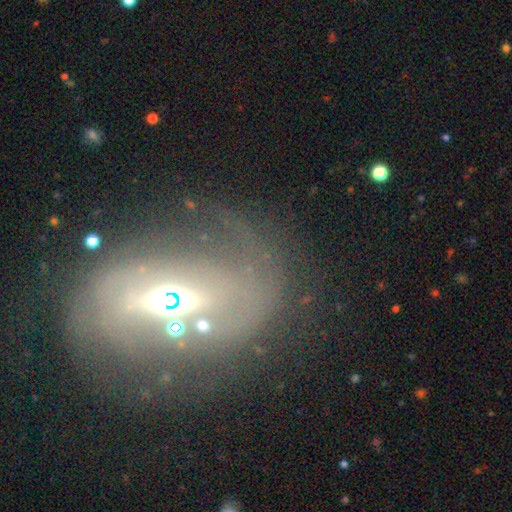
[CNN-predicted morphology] Smooth or featured?
  - featured or disk: 68% *
  - smooth: 18%
  - star or artifact: 14%
Edge-on disk?
  - no: 92% *
  - yes: 8%
Bar?
  - no: 45% *
  - weak: 34%
  - strong: 22%
Spiral arms?
  - yes: 62% *
  - no: 38%
Bulge size?
  - moderate: 57% *
  - small: 27%
  - large: 10%
  - dominant: 3%
  - none: 3%
Merging?
  - none: 45% *
  - major disturbance: 22%
  - minor disturbance: 18%
  - merger: 14%